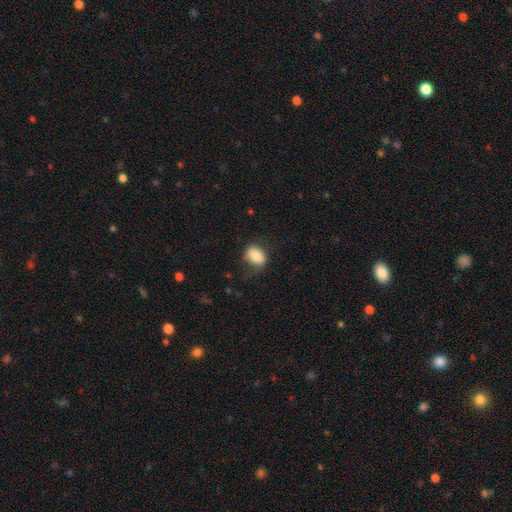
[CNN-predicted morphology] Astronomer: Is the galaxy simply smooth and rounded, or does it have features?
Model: smooth — 81%.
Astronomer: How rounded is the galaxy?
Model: in between — 72%.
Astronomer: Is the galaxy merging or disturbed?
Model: none — 62%.